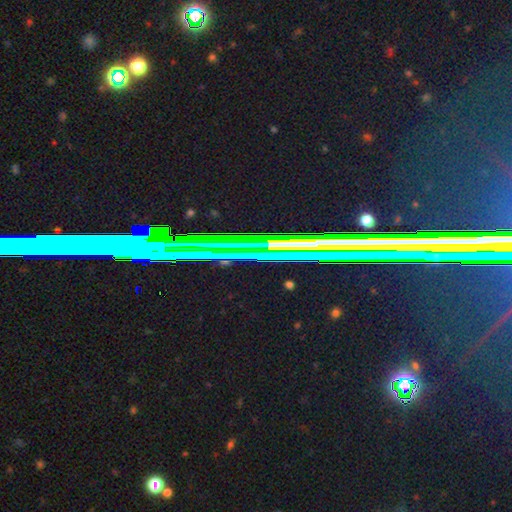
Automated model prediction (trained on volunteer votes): Smooth or featured: star or artifact — 75% (featured or disk — 15%)